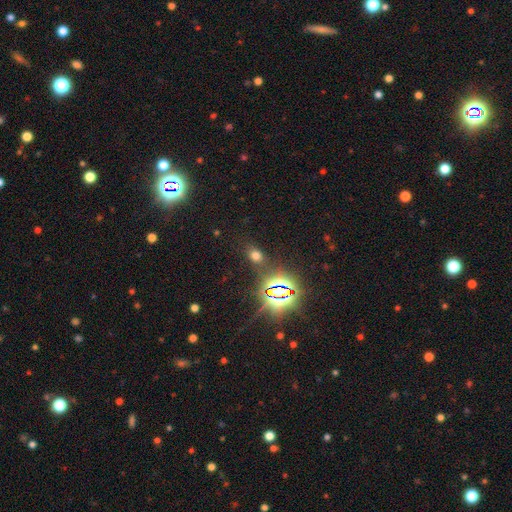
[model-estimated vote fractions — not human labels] smooth_or_featured: smooth (p=0.56) [alt: star or artifact p=0.36]
how_rounded: in between (p=0.65) [alt: round p=0.33]
merging: none (p=0.81) [alt: minor disturbance p=0.11]